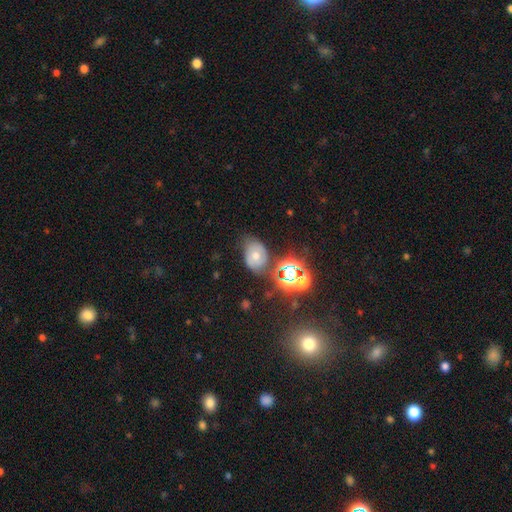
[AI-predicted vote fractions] The model was most divided on "smooth or featured": smooth: 47%, featured or disk: 30%, star or artifact: 24%. More confident: merging — none (56%).